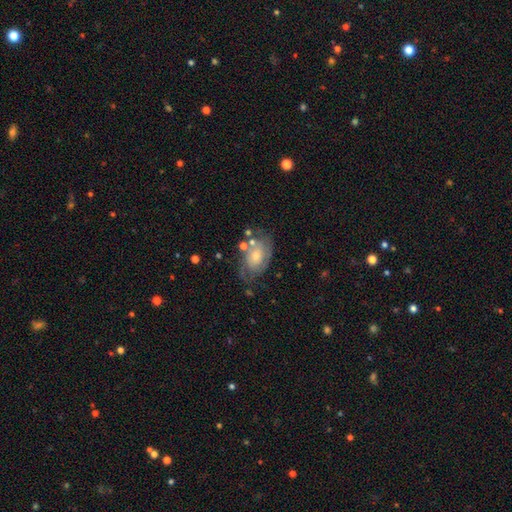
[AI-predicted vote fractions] Q: Smooth or featured?
A: featured or disk (62%); runner-up: smooth (31%)
Q: Edge-on disk?
A: no (96%); runner-up: yes (4%)
Q: Bar?
A: no (77%); runner-up: weak (20%)
Q: Spiral arms?
A: yes (76%); runner-up: no (24%)
Q: Bulge size?
A: small (49%); runner-up: moderate (38%)
Q: Merging?
A: none (52%); runner-up: minor disturbance (25%)